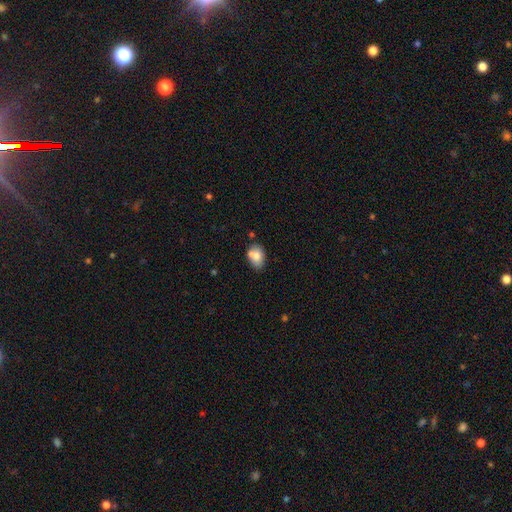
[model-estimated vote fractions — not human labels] Smooth or featured? smooth (75%)
How rounded? in between (75%)
Merging? none (53%)